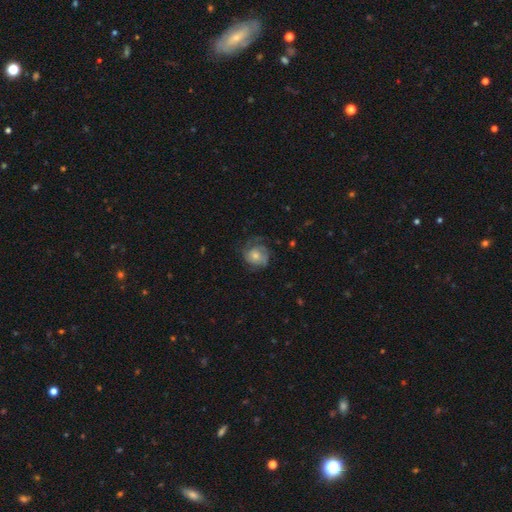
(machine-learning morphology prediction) smooth-or-featured: featured or disk: 50% | smooth: 42% | star or artifact: 8%
  disk-edge-on: no: 97% | yes: 3%
  merging: none: 56% | minor disturbance: 23% | major disturbance: 19% | merger: 1%